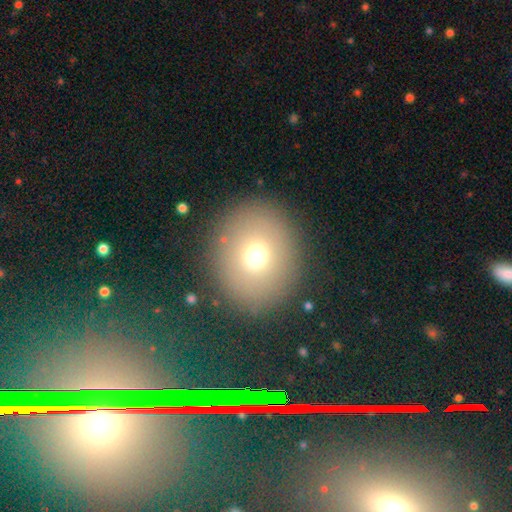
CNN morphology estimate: A smooth galaxy with no disk features (70%) that is round (77%).

Vote fractions:
- Smooth or featured? smooth: 70% / star or artifact: 16% / featured or disk: 15%
- How rounded? round: 77% / in between: 22% / cigar-shaped: 1%
- Merging? none: 86% / minor disturbance: 8% / major disturbance: 5% / merger: 2%